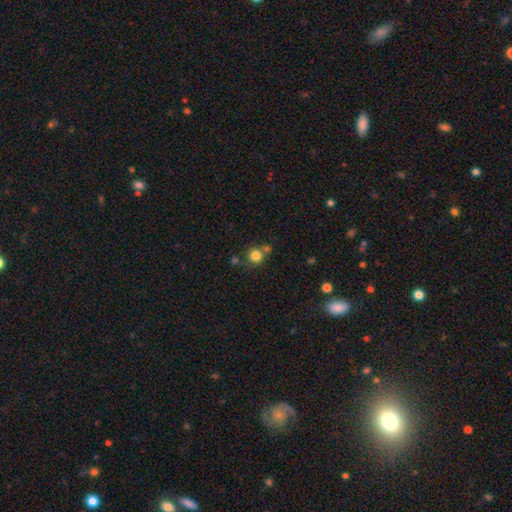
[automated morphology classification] Smooth or featured? Predicted: smooth (p=0.81). How rounded? Predicted: round (p=0.91). Merging? Predicted: none (p=0.69).